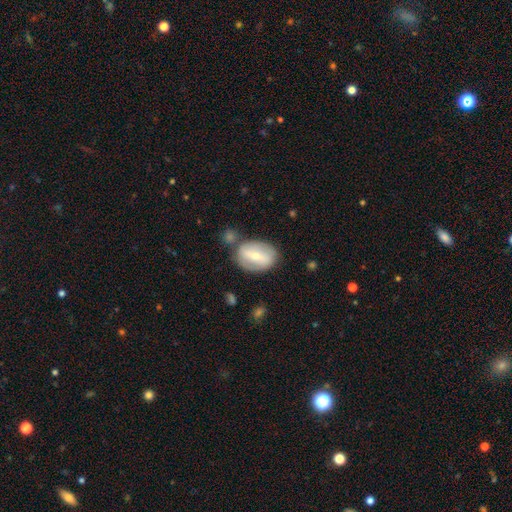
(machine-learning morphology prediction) A featured or disk galaxy (53%).

Vote fractions:
- Smooth or featured? featured or disk: 53% / smooth: 41% / star or artifact: 6%
- Edge-on disk? no: 90% / yes: 10%
- Merging? none: 65% / minor disturbance: 17% / merger: 13% / major disturbance: 6%